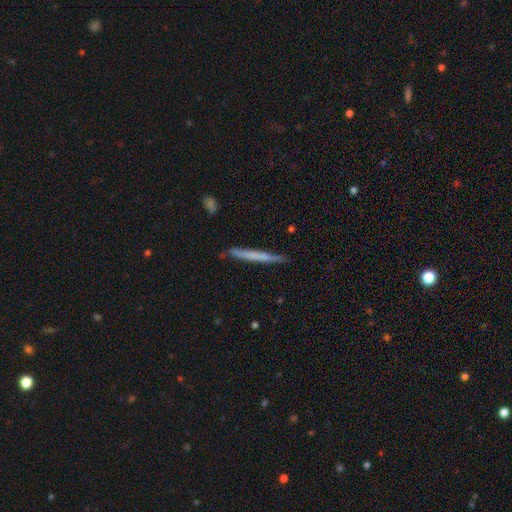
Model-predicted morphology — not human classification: type=smooth (56%); roundness=cigar-shaped (97%); merging=none (82%).